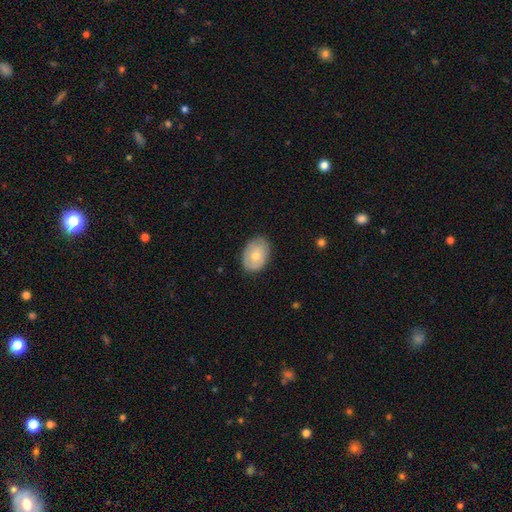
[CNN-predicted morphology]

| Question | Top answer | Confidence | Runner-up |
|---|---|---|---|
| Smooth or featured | smooth | 69% | featured or disk (25%) |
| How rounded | in between | 75% | round (24%) |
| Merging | none | 78% | minor disturbance (17%) |